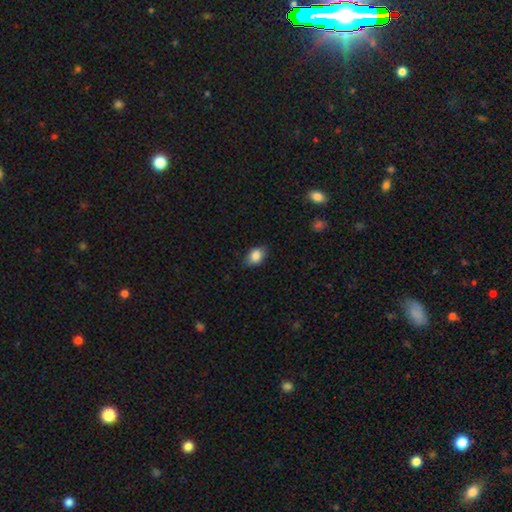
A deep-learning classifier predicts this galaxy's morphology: smooth 84%, star or artifact 8%, featured or disk 8%. Down the decision tree: how rounded — in between (80%); merging — none (77%).